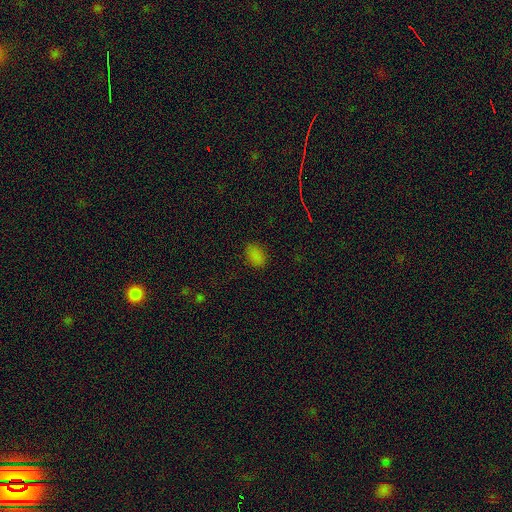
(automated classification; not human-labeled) Smooth or featured? smooth (80%)
How rounded? in between (82%)
Merging? none (82%)